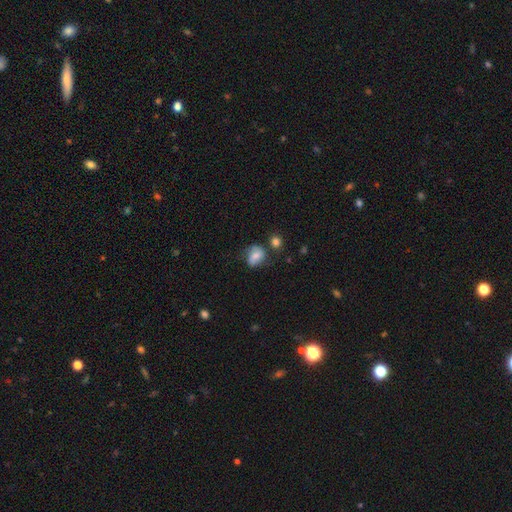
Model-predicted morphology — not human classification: Smooth or featured? smooth (57%)
How rounded? in between (58%)
Merging? none (53%)